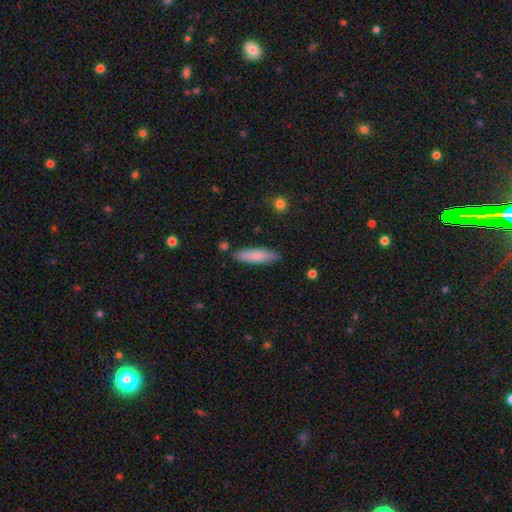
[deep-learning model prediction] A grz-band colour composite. It shows a smooth galaxy with no disk features (79%) that is cigar-shaped (63%). Merging: none (84%).